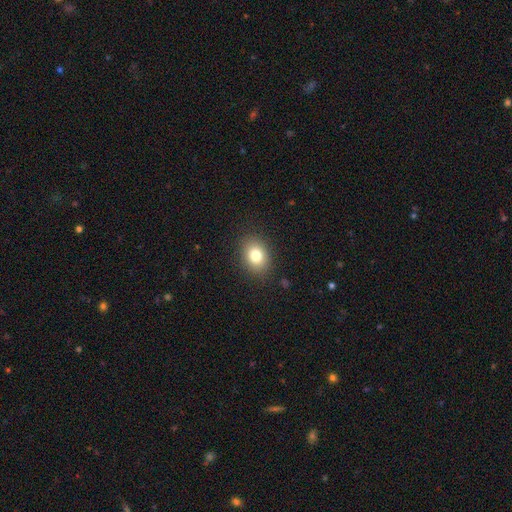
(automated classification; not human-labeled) A smooth galaxy with no disk features (80%) that is in between round and cigar-shaped (63%).

Vote fractions:
- Smooth or featured? smooth: 80% / star or artifact: 10% / featured or disk: 9%
- How rounded? in between: 63% / round: 36% / cigar-shaped: 1%
- Merging? none: 87% / minor disturbance: 9% / major disturbance: 3% / merger: 1%